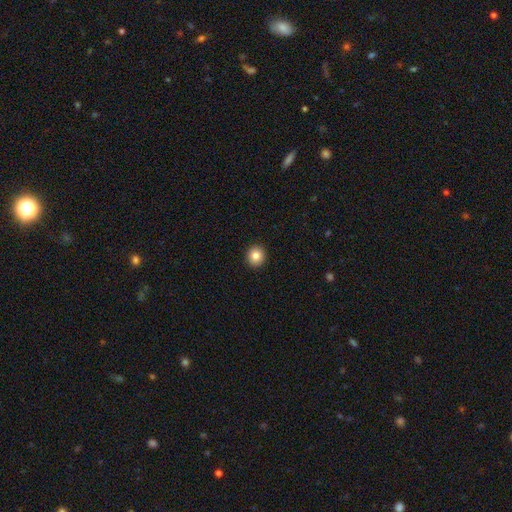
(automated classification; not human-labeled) Smooth or featured?
  - smooth: 84% *
  - star or artifact: 10%
  - featured or disk: 7%
How rounded?
  - round: 92% *
  - in between: 7%
  - cigar-shaped: 1%
Merging?
  - none: 93% *
  - minor disturbance: 4%
  - major disturbance: 1%
  - merger: 1%